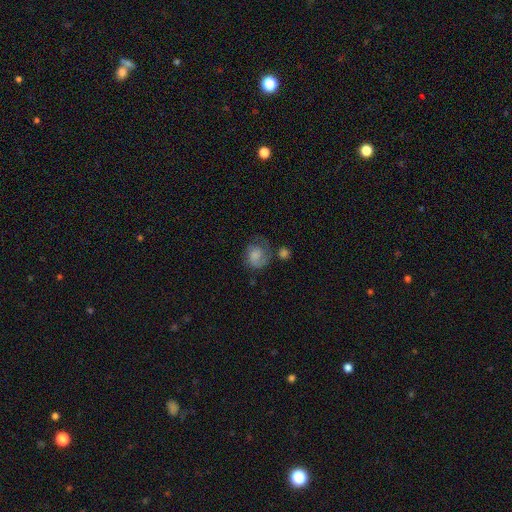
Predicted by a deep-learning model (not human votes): smooth_or_featured: smooth (p=0.53) [alt: featured or disk p=0.38]
how_rounded: round (p=0.66) [alt: in between p=0.33]
merging: none (p=0.43) [alt: minor disturbance p=0.25]